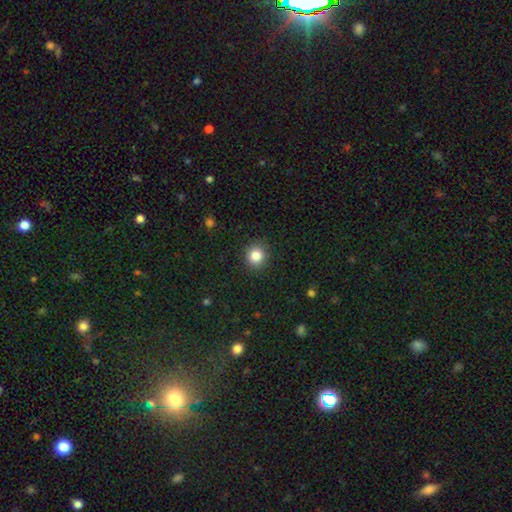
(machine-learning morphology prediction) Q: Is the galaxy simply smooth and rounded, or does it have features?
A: smooth — 84%.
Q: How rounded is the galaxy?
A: round — 86%.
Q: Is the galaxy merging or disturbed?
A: none — 90%.